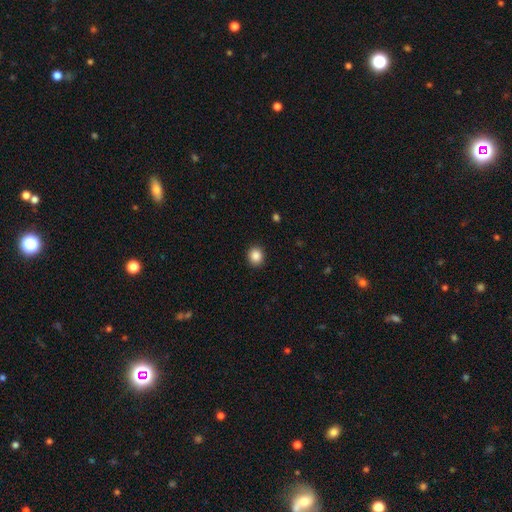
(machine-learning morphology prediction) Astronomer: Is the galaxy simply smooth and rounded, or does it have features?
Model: smooth — 87%.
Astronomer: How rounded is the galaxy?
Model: round — 83%.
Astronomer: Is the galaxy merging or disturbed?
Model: none — 91%.